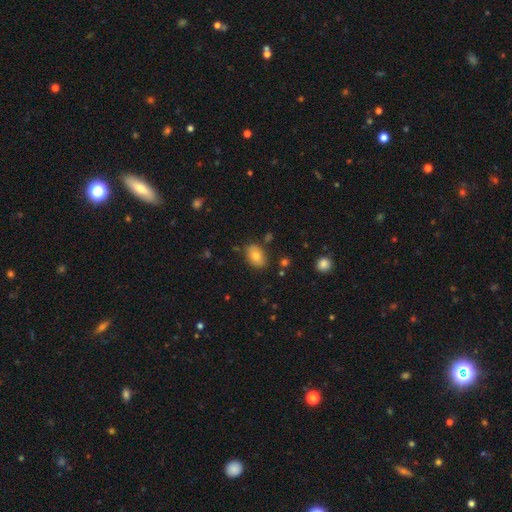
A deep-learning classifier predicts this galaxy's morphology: smooth-or-featured: smooth: 77% | featured or disk: 14% | star or artifact: 9%
  how-rounded: in between: 84% | round: 15% | cigar-shaped: 1%
  merging: none: 82% | minor disturbance: 12% | major disturbance: 3% | merger: 3%